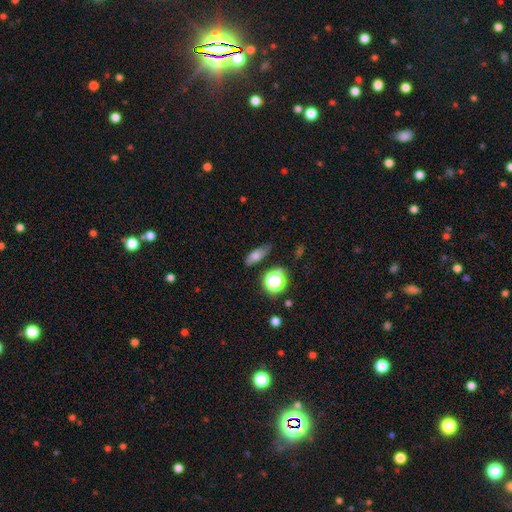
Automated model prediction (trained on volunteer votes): smooth 61%, featured or disk 23%, star or artifact 17%. Down the decision tree: how rounded — in between (61%); merging — none (72%).